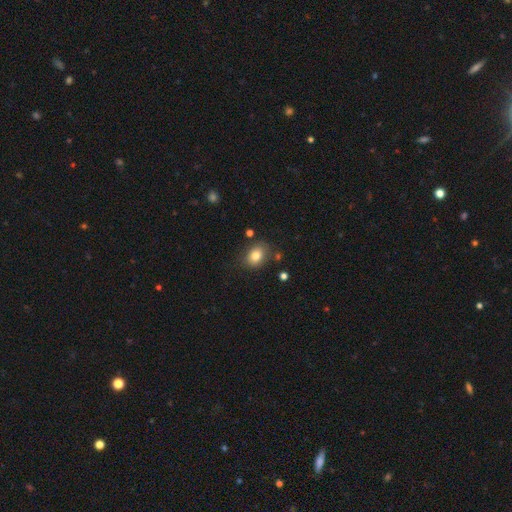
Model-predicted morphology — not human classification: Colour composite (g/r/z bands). It shows a smooth galaxy with no disk features (81%) that is in between round and cigar-shaped (59%). Merging: none (79%).